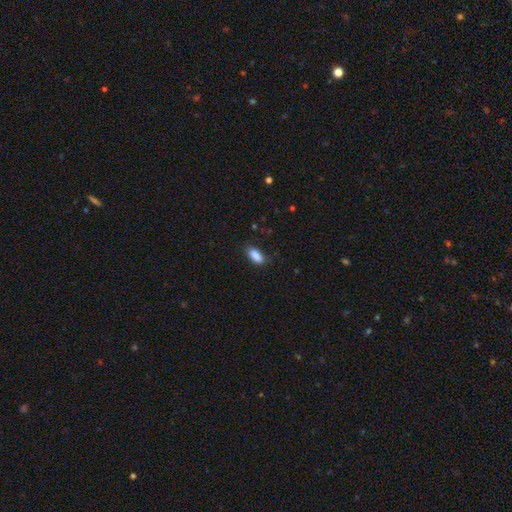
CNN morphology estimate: Smooth or featured: smooth — 88% (star or artifact — 8%)
How rounded: in between — 82% (cigar-shaped — 15%)
Merging: none — 79% (minor disturbance — 16%)